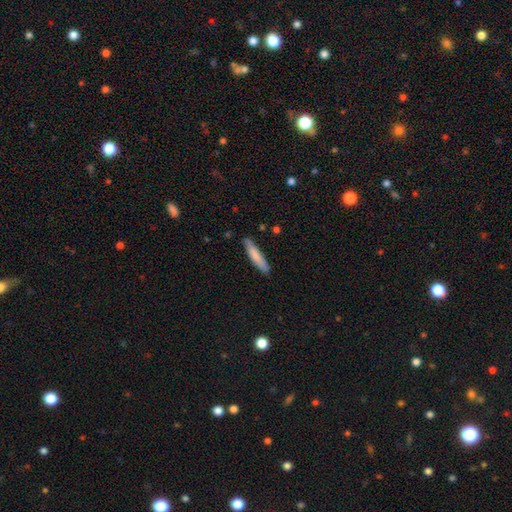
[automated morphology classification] type=smooth (76%); roundness=cigar-shaped (88%); merging=none (83%).